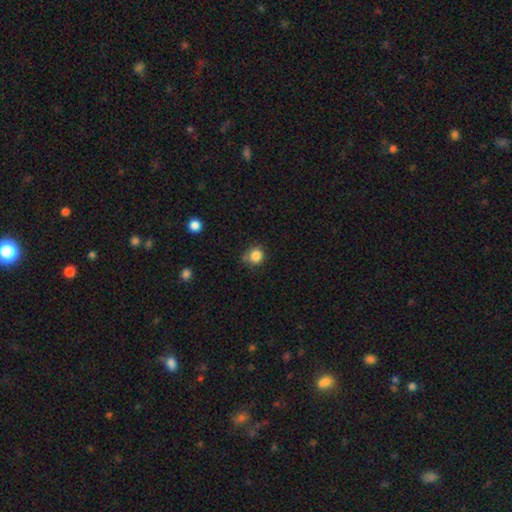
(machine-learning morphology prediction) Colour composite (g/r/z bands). It shows a smooth galaxy with no disk features (84%) that is round (90%). Merging: none (69%).